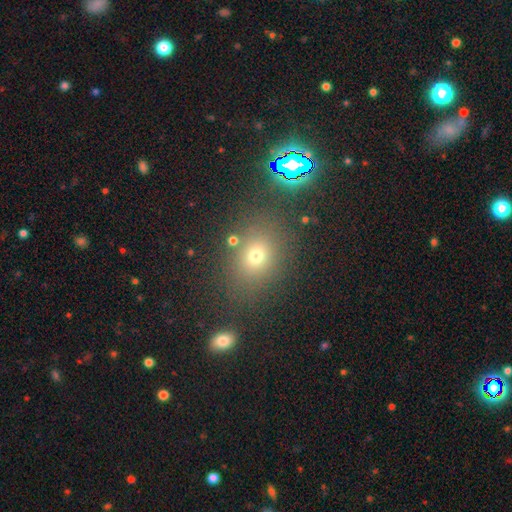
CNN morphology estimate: Smooth or featured: smooth — 67% (star or artifact — 22%)
How rounded: round — 54% (in between — 44%)
Merging: none — 78% (minor disturbance — 11%)